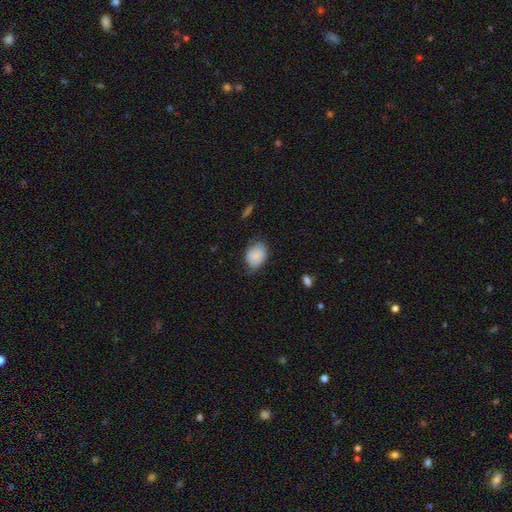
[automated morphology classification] type=smooth (84%); roundness=in between (68%); merging=none (55%).